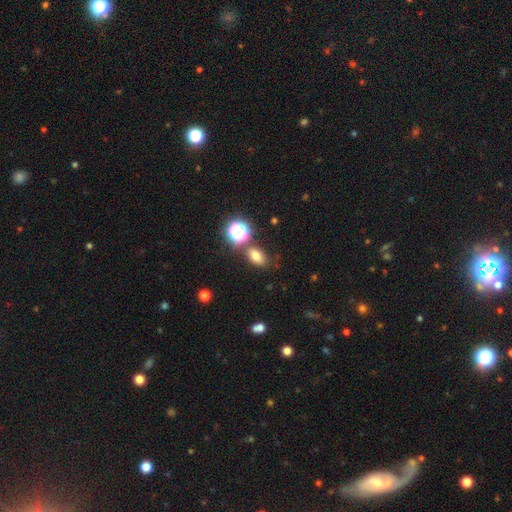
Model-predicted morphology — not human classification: Smooth or featured? smooth (73%)
How rounded? in between (77%)
Merging? none (72%)